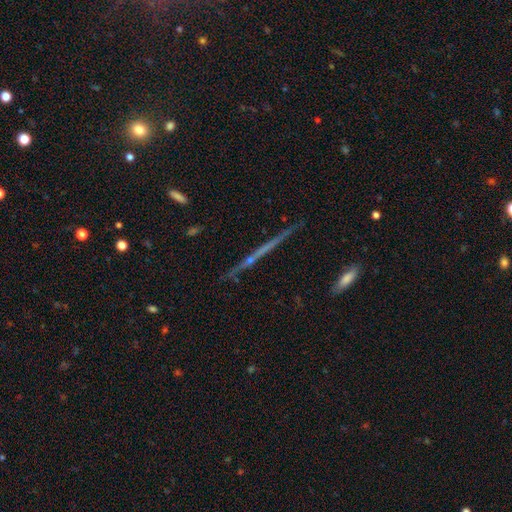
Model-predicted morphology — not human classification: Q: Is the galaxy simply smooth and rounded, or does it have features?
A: featured or disk — 66%.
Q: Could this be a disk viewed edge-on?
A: yes — 96%.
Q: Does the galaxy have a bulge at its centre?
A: none — 61%.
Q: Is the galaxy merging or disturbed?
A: none — 88%.